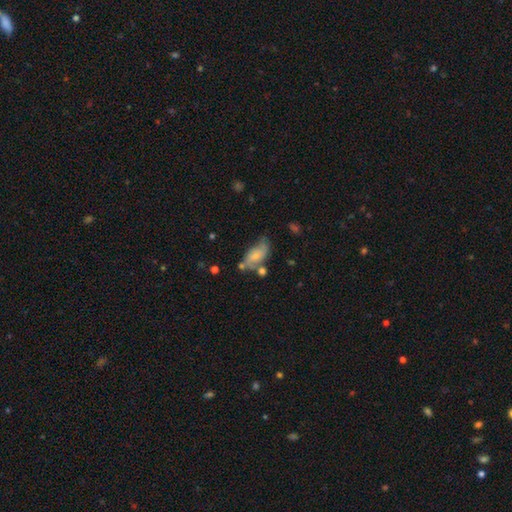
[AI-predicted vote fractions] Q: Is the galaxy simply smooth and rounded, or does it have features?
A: featured or disk — 50%.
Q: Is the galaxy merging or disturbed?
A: none — 41%.